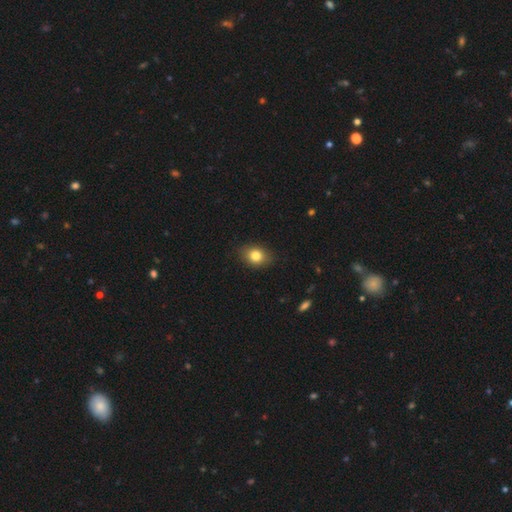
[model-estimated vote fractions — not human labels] Overall: smooth (81%). How rounded: in between (60%; round 39%). Merging: none (84%).